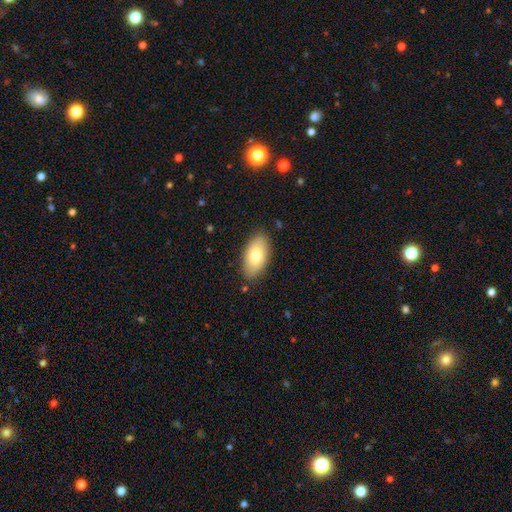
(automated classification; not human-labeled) Smooth or featured: smooth — 74% (featured or disk — 19%)
How rounded: in between — 94% (round — 4%)
Merging: none — 85% (minor disturbance — 11%)